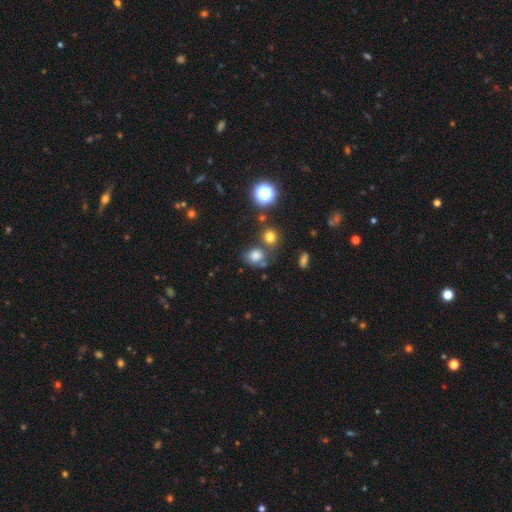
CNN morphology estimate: Smooth or featured? Predicted: smooth (p=0.74). How rounded? Predicted: round (p=0.62). Merging? Predicted: none (p=0.57).